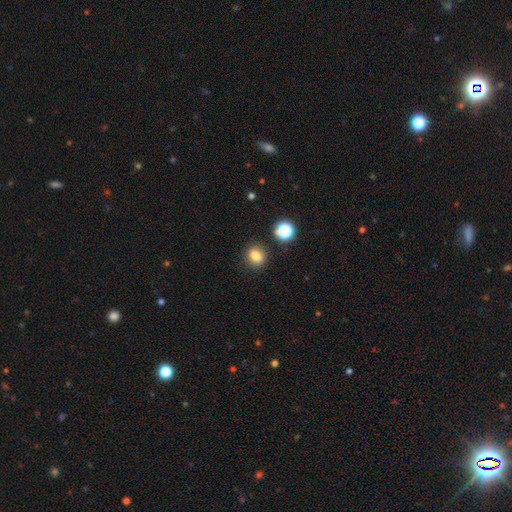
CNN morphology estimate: Smooth or featured: smooth — 80% (star or artifact — 13%)
How rounded: round — 63% (in between — 36%)
Merging: none — 85% (minor disturbance — 9%)